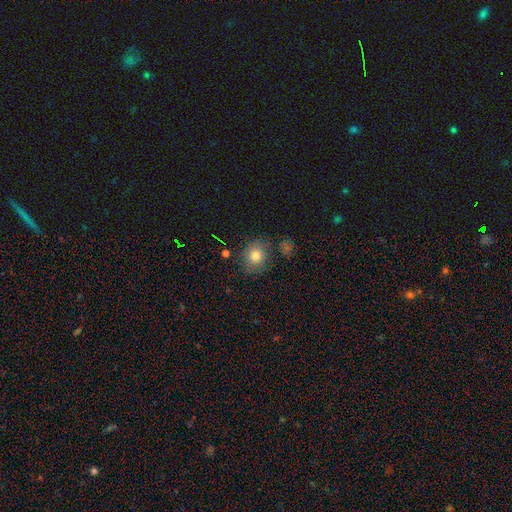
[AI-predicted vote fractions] Q: Smooth or featured?
A: smooth (79%); runner-up: star or artifact (12%)
Q: How rounded?
A: round (75%); runner-up: in between (24%)
Q: Merging?
A: none (79%); runner-up: minor disturbance (13%)